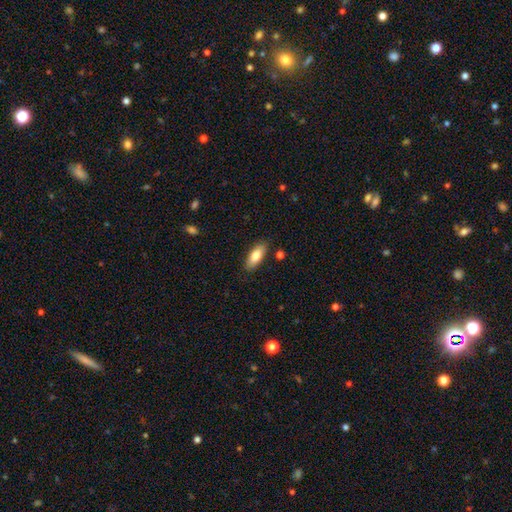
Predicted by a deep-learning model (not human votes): This appears to be a smooth galaxy with no disk features (78%) that is in between round and cigar-shaped (79%). Merging: none (85%).